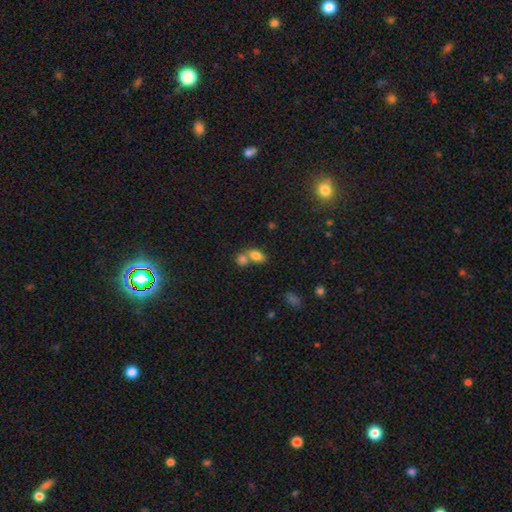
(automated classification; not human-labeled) Smooth or featured? Predicted: smooth (p=0.81). How rounded? Predicted: in between (p=0.83). Merging? Predicted: merger (p=0.52).